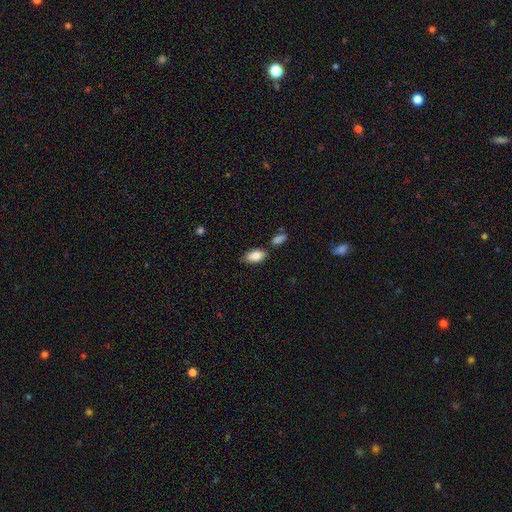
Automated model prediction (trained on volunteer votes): smooth-or-featured: smooth: 85% | featured or disk: 8% | star or artifact: 7%
  how-rounded: in between: 92% | cigar-shaped: 4% | round: 4%
  merging: none: 74% | minor disturbance: 15% | merger: 8% | major disturbance: 3%